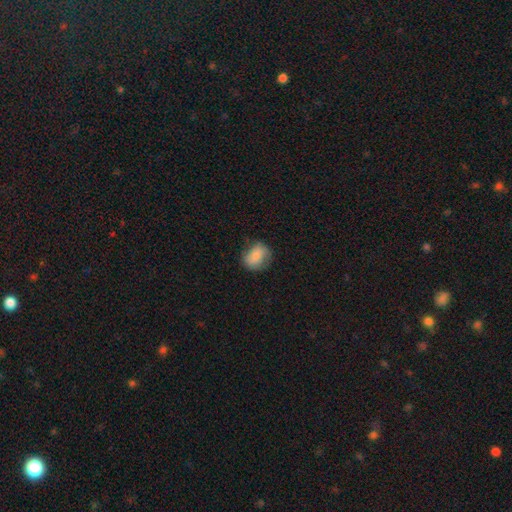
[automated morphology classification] type=smooth (80%); roundness=in between (54%); merging=none (66%).